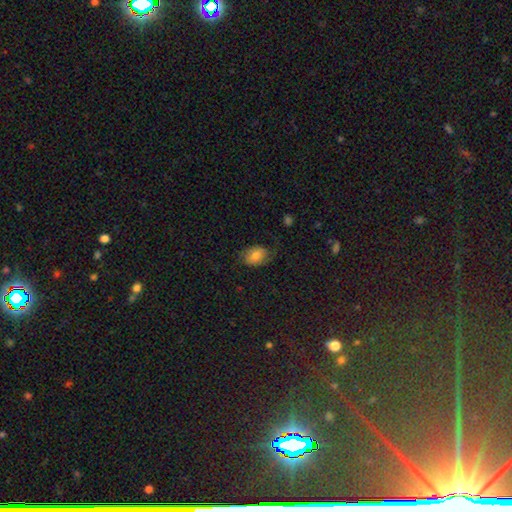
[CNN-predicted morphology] A smooth galaxy with no disk features (71%) that is in between round and cigar-shaped (77%).

Vote fractions:
- Smooth or featured? smooth: 71% / featured or disk: 20% / star or artifact: 9%
- How rounded? in between: 77% / round: 21% / cigar-shaped: 1%
- Merging? none: 65% / minor disturbance: 24% / major disturbance: 10% / merger: 1%